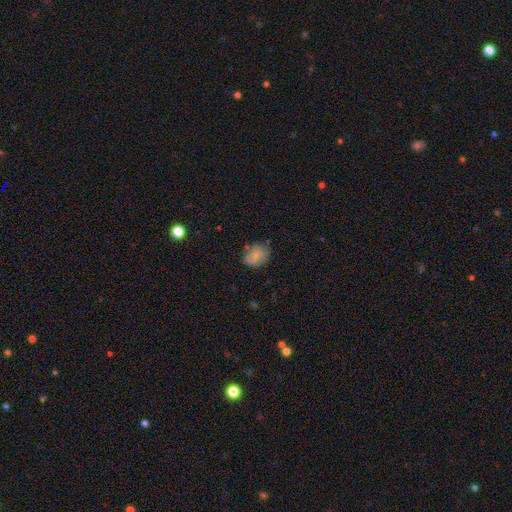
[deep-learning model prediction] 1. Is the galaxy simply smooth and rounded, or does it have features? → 73% smooth, 18% featured or disk, 9% star or artifact.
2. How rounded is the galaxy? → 52% in between, 47% round, 1% cigar-shaped.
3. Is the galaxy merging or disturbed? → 70% none, 21% minor disturbance, 5% major disturbance, 4% merger.